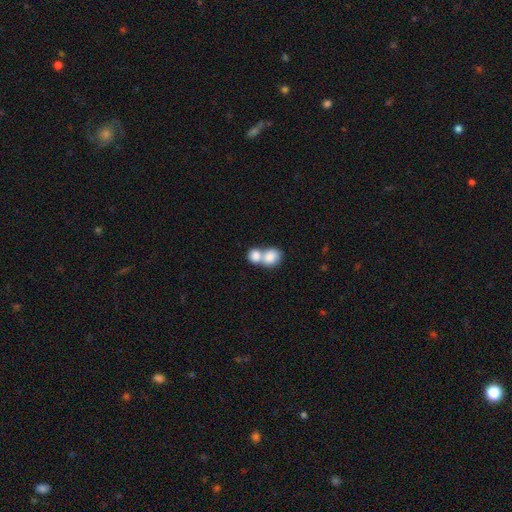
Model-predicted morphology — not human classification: type=smooth (82%); roundness=round (59%); merging=merger (71%).